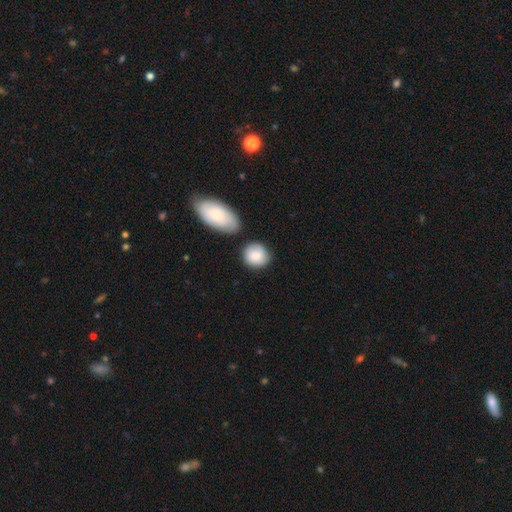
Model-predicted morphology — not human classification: This is clearly a smooth galaxy (83%). How rounded: clearly round (81%). Merging: likely none (69%).